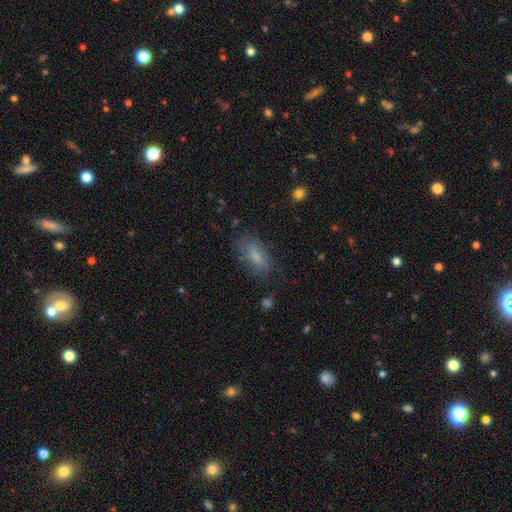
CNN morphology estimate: Smooth or featured? Predicted: smooth (p=0.72). How rounded? Predicted: in between (p=0.81). Merging? Predicted: none (p=0.69).